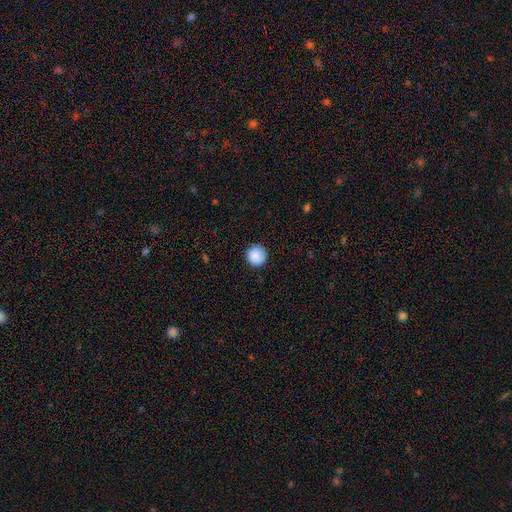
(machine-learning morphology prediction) Q: Smooth or featured?
A: smooth (88%); runner-up: star or artifact (8%)
Q: How rounded?
A: round (95%); runner-up: in between (4%)
Q: Merging?
A: none (90%); runner-up: minor disturbance (7%)